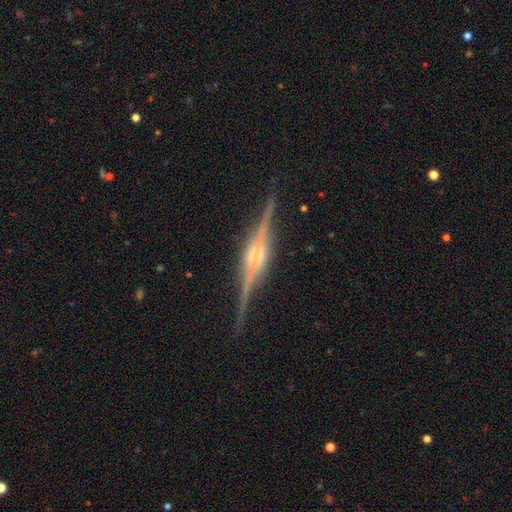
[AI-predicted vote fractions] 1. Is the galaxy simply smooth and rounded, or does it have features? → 89% featured or disk, 6% star or artifact, 5% smooth.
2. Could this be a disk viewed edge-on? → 98% yes, 2% no.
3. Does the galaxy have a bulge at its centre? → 59% rounded, 36% boxy, 5% none.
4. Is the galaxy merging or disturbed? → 85% none, 11% minor disturbance, 2% major disturbance, 1% merger.